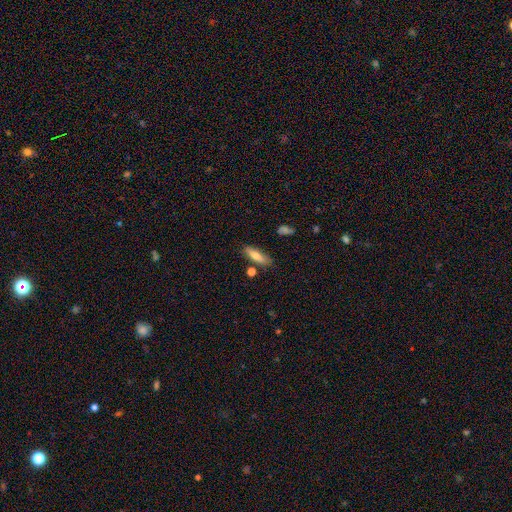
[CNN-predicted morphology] Smooth or featured? Predicted: smooth (p=0.74). How rounded? Predicted: cigar-shaped (p=0.51). Merging? Predicted: none (p=0.78).